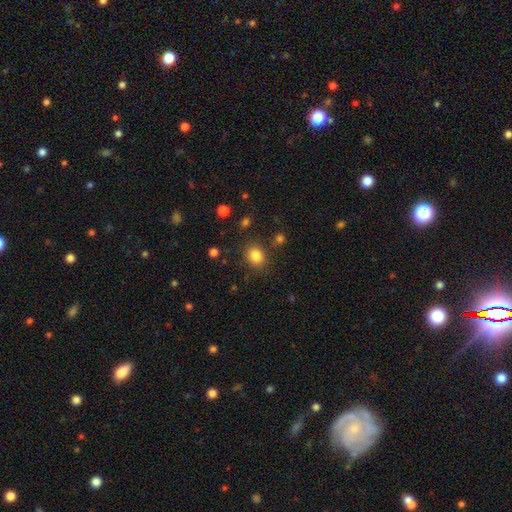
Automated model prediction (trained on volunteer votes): Q: Smooth or featured?
A: smooth (84%); runner-up: star or artifact (11%)
Q: How rounded?
A: round (66%); runner-up: in between (33%)
Q: Merging?
A: none (82%); runner-up: minor disturbance (11%)